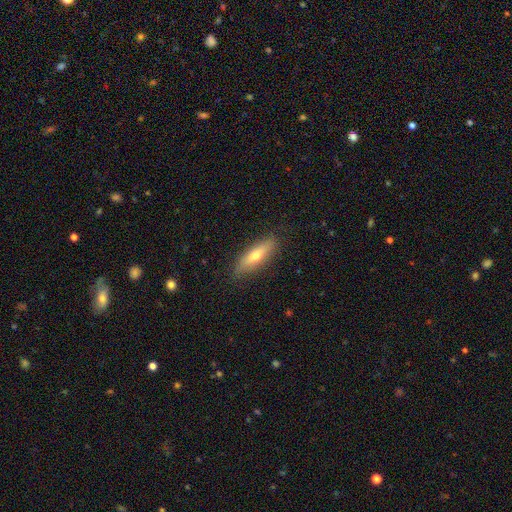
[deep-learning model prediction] smooth 58%, featured or disk 36%, star or artifact 6%. Down the decision tree: how rounded — cigar-shaped (56%); merging — none (85%).